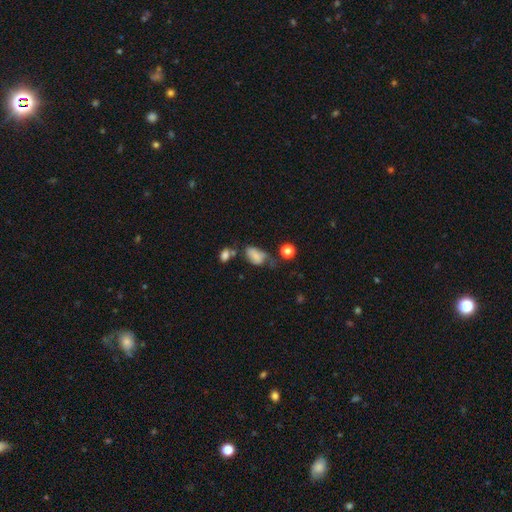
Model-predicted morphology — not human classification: Q: Smooth or featured?
A: smooth (72%); runner-up: featured or disk (17%)
Q: How rounded?
A: in between (87%); runner-up: round (11%)
Q: Merging?
A: minor disturbance (33%); runner-up: none (31%)